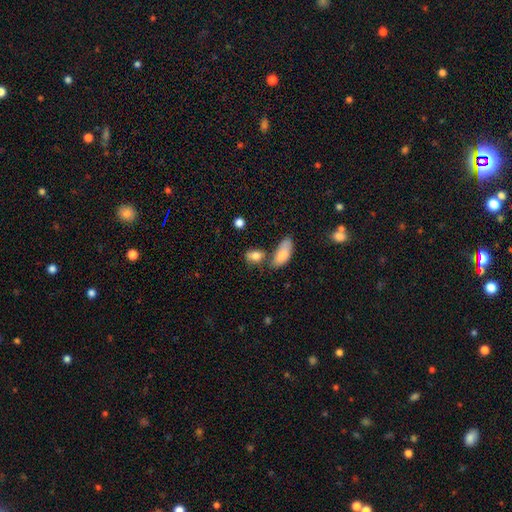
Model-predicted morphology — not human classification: Overall: smooth (82%). How rounded: in between (80%). Merging: none (53%; merger 24%).